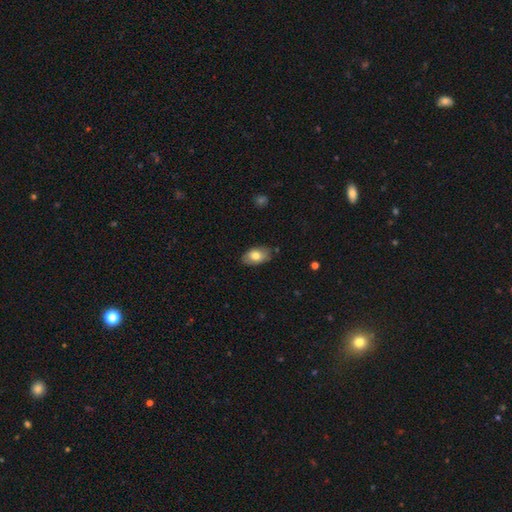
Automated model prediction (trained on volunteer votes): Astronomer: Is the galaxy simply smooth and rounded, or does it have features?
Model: smooth — 75%.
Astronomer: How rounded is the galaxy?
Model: in between — 92%.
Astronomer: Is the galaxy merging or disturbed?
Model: none — 82%.